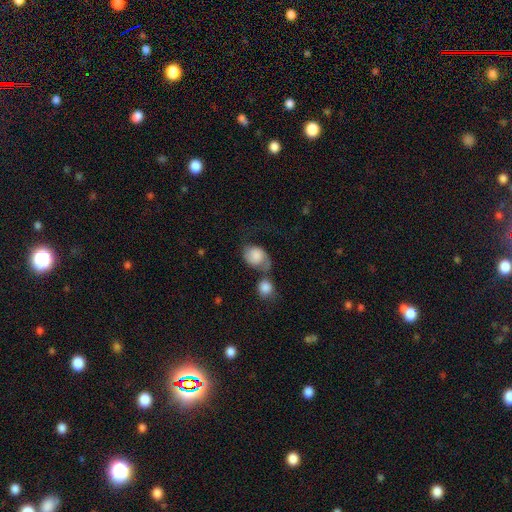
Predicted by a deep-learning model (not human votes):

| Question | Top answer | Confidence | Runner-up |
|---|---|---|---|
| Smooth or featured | smooth | 63% | featured or disk (29%) |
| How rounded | in between | 50% | round (49%) |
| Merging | merger | 48% | none (21%) |